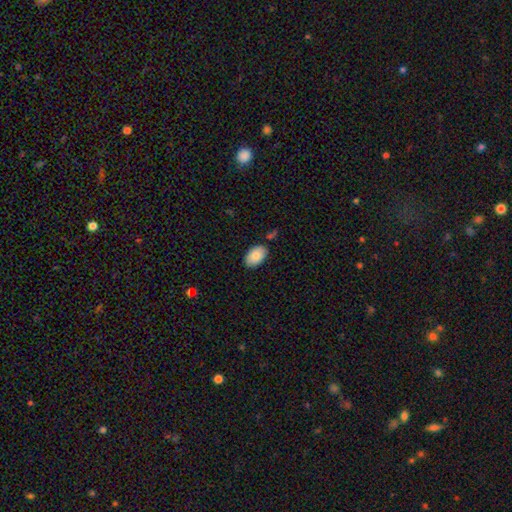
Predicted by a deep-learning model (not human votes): smooth 87%, featured or disk 7%, star or artifact 6%. Down the decision tree: how rounded — in between (93%); merging — none (82%).